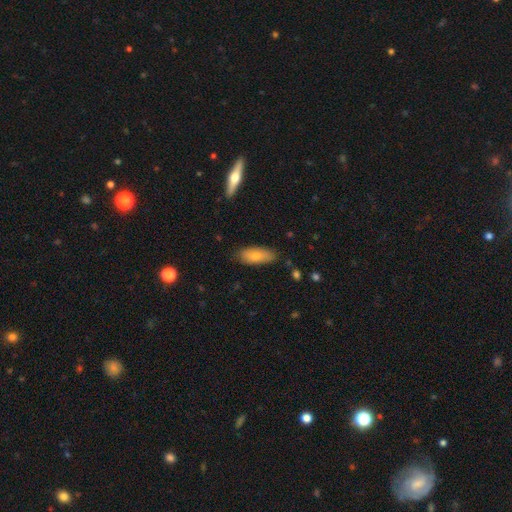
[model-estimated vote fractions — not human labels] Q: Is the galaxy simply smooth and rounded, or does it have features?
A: smooth — 75%.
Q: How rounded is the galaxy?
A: in between — 80%.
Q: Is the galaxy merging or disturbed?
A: none — 79%.